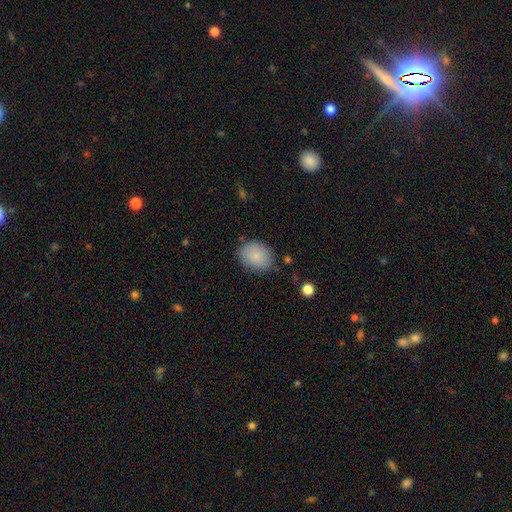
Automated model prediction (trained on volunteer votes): Morphology: type=smooth (84%); roundness=in between (57%); merging=none (80%).